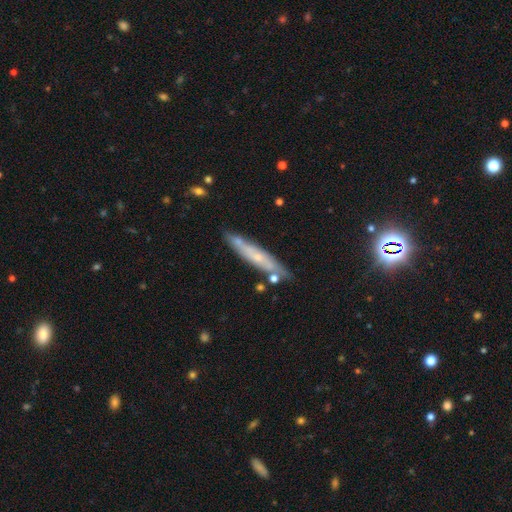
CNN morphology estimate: type=featured or disk (55%); edge-on=yes (70%); merging=none (77%).